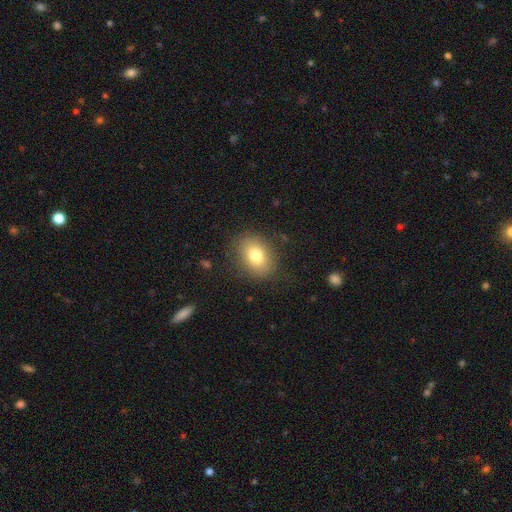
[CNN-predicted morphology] type=smooth (77%); roundness=in between (70%); merging=none (84%).